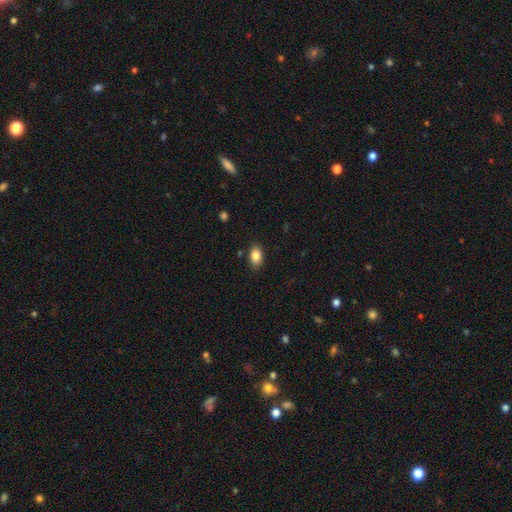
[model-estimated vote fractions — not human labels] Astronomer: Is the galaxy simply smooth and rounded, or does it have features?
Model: smooth — 85%.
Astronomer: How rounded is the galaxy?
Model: in between — 90%.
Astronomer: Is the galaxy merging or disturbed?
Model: none — 85%.